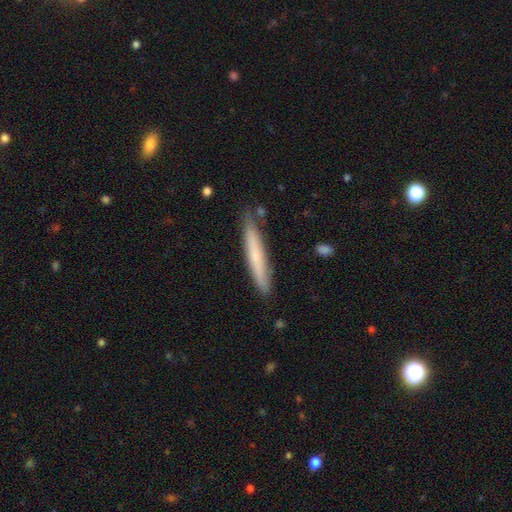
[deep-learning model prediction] Overall: smooth (62%; featured or disk 32%). How rounded: cigar-shaped (95%). Merging: none (84%).